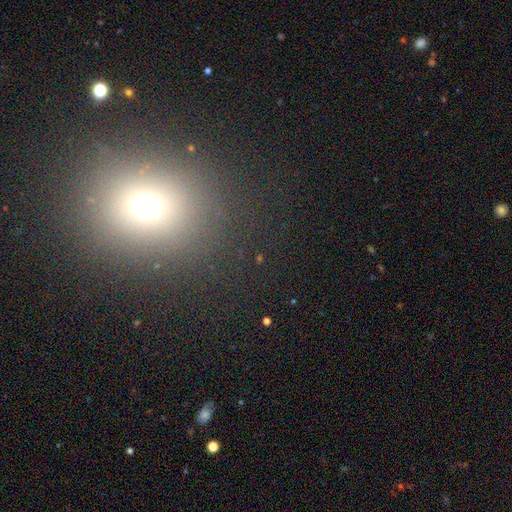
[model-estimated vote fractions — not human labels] The model was most divided on "smooth or featured": smooth: 59%, star or artifact: 30%, featured or disk: 11%. More confident: merging — none (86%); how rounded — round (72%).